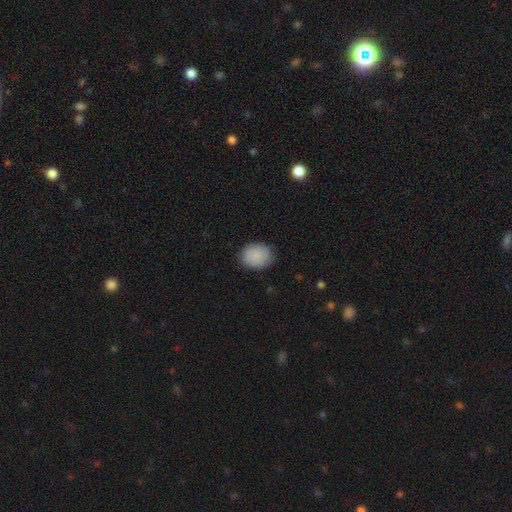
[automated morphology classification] smooth 88%, star or artifact 7%, featured or disk 5%. Down the decision tree: how rounded — round (53%); merging — none (84%).